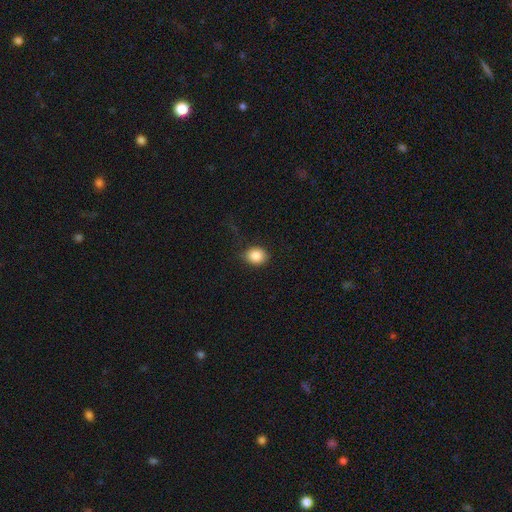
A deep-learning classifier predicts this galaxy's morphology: smooth-or-featured: smooth: 85% | star or artifact: 9% | featured or disk: 5%
  how-rounded: round: 64% | in between: 35% | cigar-shaped: 1%
  merging: none: 79% | minor disturbance: 14% | major disturbance: 5% | merger: 1%